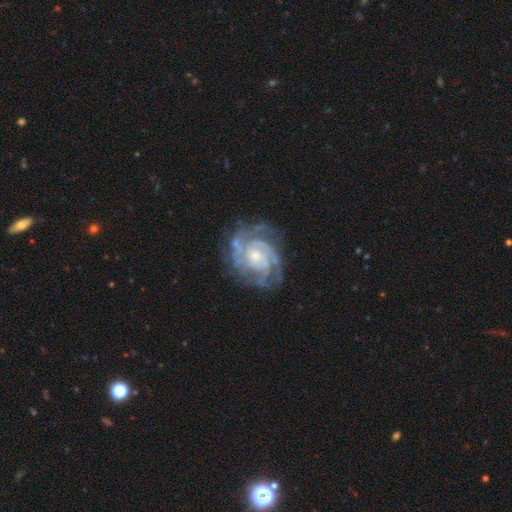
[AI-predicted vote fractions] smooth_or_featured: featured or disk (p=0.89) [alt: star or artifact p=0.06]
disk_edge_on: no (p=0.98) [alt: yes p=0.02]
bar: no (p=0.71) [alt: weak p=0.23]
has_spiral_arms: yes (p=0.97) [alt: no p=0.03]
spiral_winding: tight (p=0.70) [alt: medium p=0.26]
spiral_arm_count: 3 (p=0.26) [alt: 2 p=0.24]
bulge_size: small (p=0.63) [alt: moderate p=0.30]
merging: none (p=0.74) [alt: minor disturbance p=0.17]